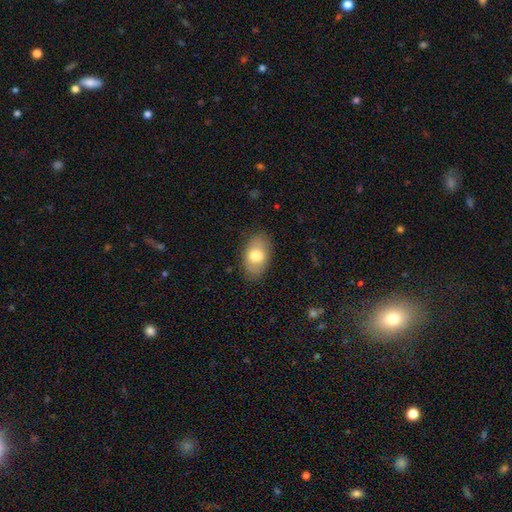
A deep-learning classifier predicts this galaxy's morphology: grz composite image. It shows a smooth galaxy with no disk features (74%) that is in between round and cigar-shaped (91%). Merging: none (83%).